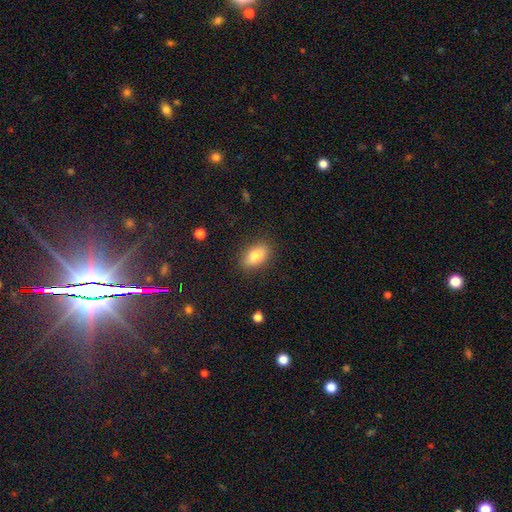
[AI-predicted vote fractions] Q: Smooth or featured?
A: smooth (78%); runner-up: featured or disk (14%)
Q: How rounded?
A: in between (86%); runner-up: round (9%)
Q: Merging?
A: none (86%); runner-up: minor disturbance (10%)